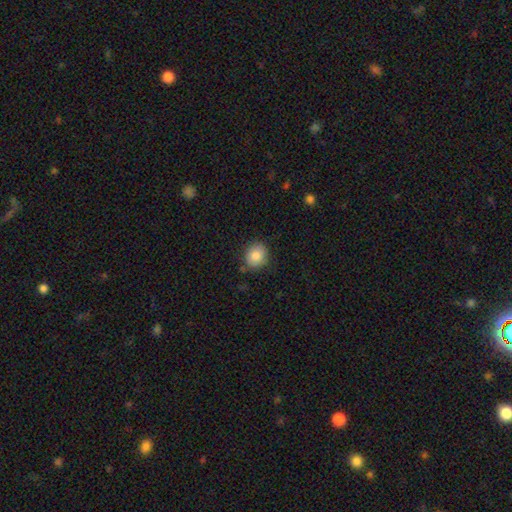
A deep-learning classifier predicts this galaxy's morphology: Smooth or featured: smooth — 86% (star or artifact — 9%)
How rounded: round — 72% (in between — 27%)
Merging: none — 81% (minor disturbance — 14%)